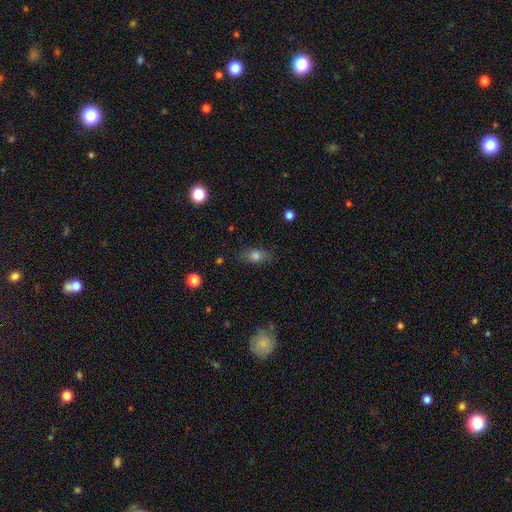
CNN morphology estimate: Smooth or featured? Predicted: smooth (p=0.77). How rounded? Predicted: in between (p=0.78). Merging? Predicted: none (p=0.79).